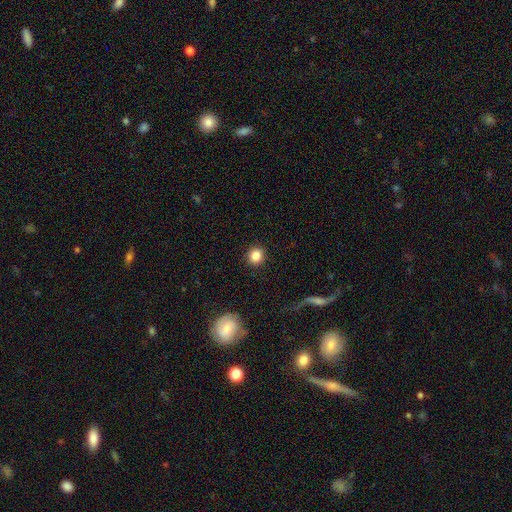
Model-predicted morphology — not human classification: smooth_or_featured: smooth (p=0.85) [alt: star or artifact p=0.10]
how_rounded: round (p=0.88) [alt: in between p=0.11]
merging: none (p=0.91) [alt: minor disturbance p=0.05]